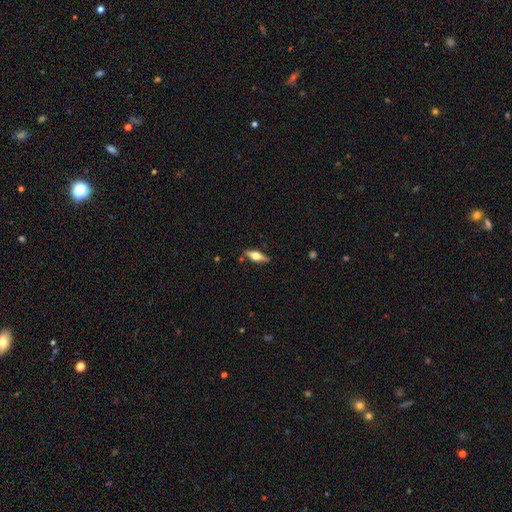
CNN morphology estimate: The model was most divided on "smooth or featured": featured or disk: 61%, smooth: 33%, star or artifact: 6%. More confident: edge-on disk — yes (95%); edge-on bulge — rounded (93%); merging — none (85%).